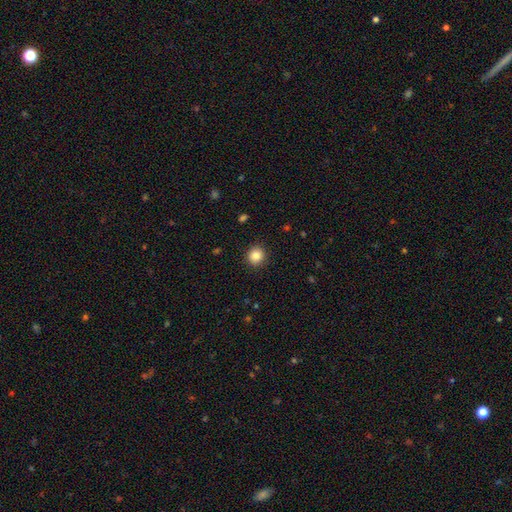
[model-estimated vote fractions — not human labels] Smooth or featured? Predicted: smooth (p=0.85). How rounded? Predicted: round (p=0.91). Merging? Predicted: none (p=0.91).